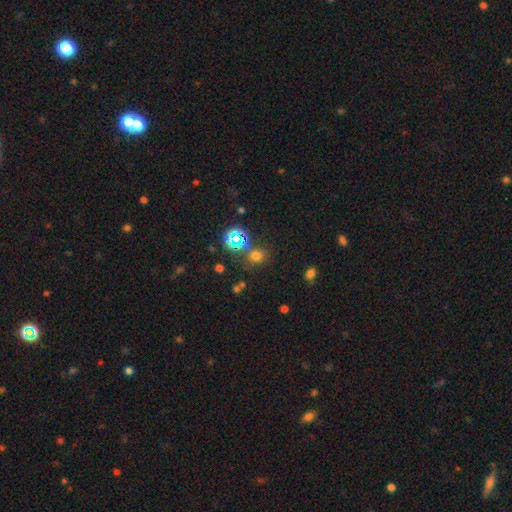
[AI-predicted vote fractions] smooth 62%, star or artifact 32%, featured or disk 7%. Down the decision tree: how rounded — round (82%); merging — none (75%).